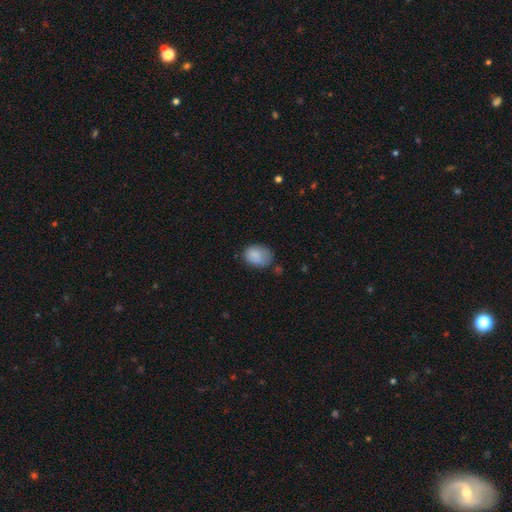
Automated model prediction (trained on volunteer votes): Overall: smooth (84%). How rounded: in between (64%; round 35%). Merging: none (57%; minor disturbance 29%).